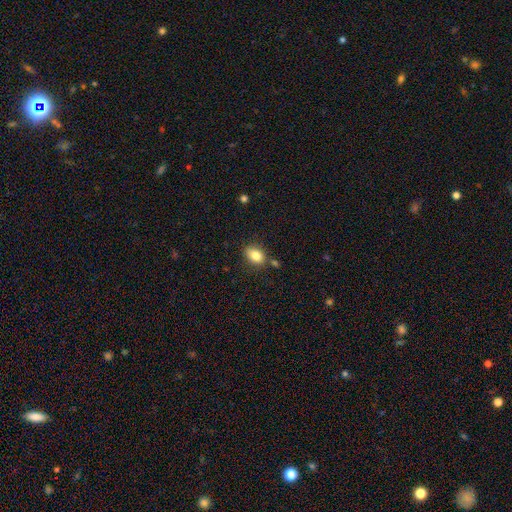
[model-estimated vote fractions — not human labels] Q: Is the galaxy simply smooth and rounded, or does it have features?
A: smooth — 83%.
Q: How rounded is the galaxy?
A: in between — 79%.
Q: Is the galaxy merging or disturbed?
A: none — 76%.